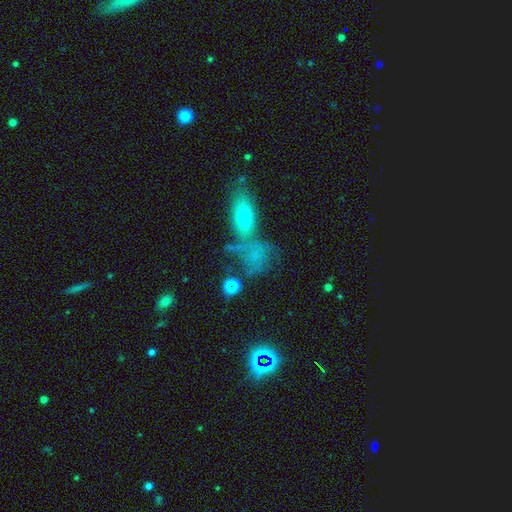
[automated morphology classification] Smooth or featured?
  - smooth: 57% *
  - featured or disk: 25%
  - star or artifact: 18%
How rounded?
  - in between: 61% *
  - round: 31%
  - cigar-shaped: 8%
Merging?
  - none: 37% *
  - merger: 28%
  - minor disturbance: 18%
  - major disturbance: 17%